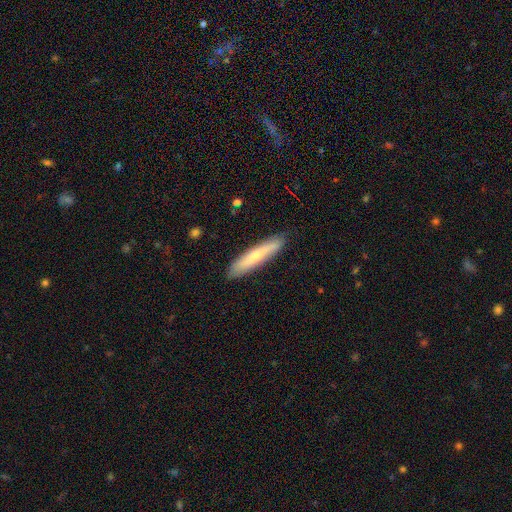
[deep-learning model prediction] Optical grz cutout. It shows a smooth galaxy with no disk features (64%) that is cigar-shaped (90%). Merging: none (87%).